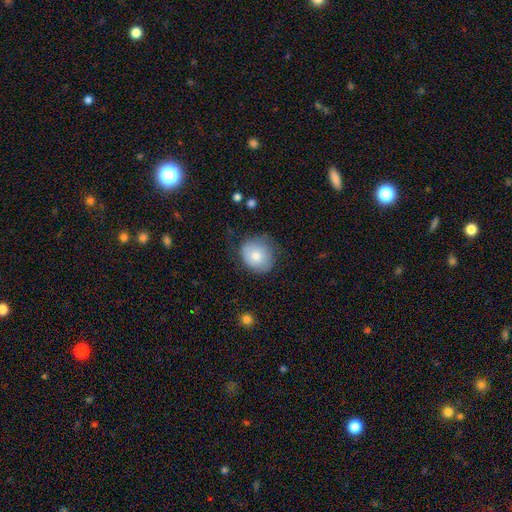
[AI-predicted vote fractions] Smooth or featured?
  - smooth: 76% *
  - featured or disk: 16%
  - star or artifact: 7%
How rounded?
  - round: 74% *
  - in between: 25%
  - cigar-shaped: 1%
Merging?
  - none: 60% *
  - minor disturbance: 29%
  - major disturbance: 9%
  - merger: 2%